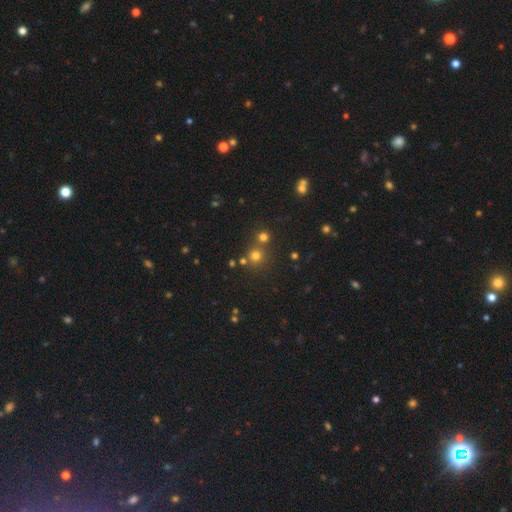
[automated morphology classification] This is likely a smooth galaxy (70%). How rounded: clearly round (91%). Merging: likely none (68%).